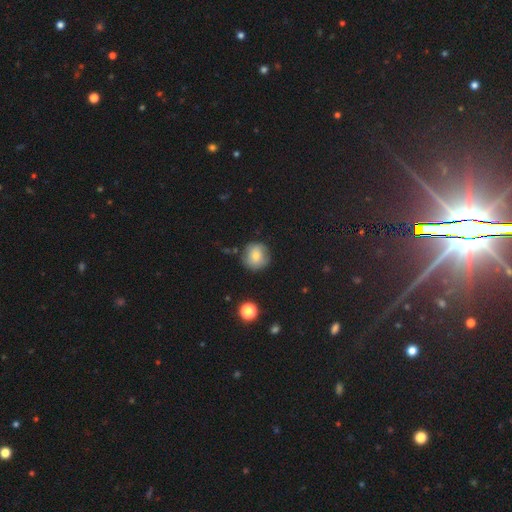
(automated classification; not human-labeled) A smooth galaxy with no disk features (70%) that is round (92%).

Vote fractions:
- Smooth or featured? smooth: 70% / featured or disk: 19% / star or artifact: 10%
- How rounded? round: 92% / in between: 7% / cigar-shaped: 1%
- Merging? none: 78% / minor disturbance: 16% / major disturbance: 4% / merger: 3%